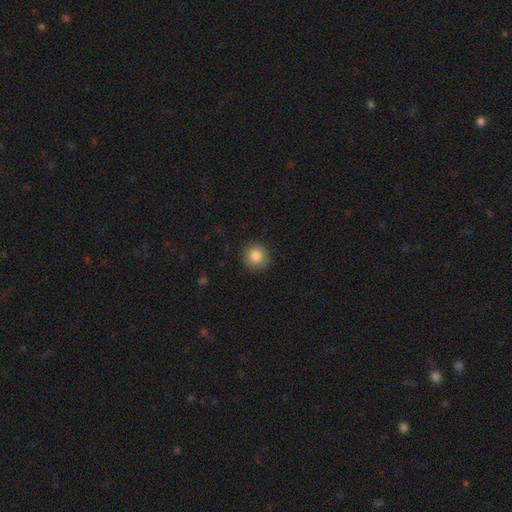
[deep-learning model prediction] This appears to be a smooth galaxy with no disk features (85%) that is round (94%). Merging: none (90%).